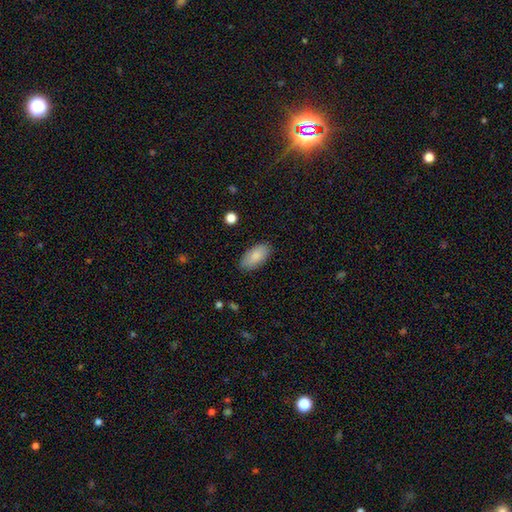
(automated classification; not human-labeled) Smooth or featured?
  - smooth: 86% *
  - featured or disk: 8%
  - star or artifact: 6%
How rounded?
  - in between: 94% *
  - cigar-shaped: 4%
  - round: 2%
Merging?
  - none: 86% *
  - minor disturbance: 10%
  - major disturbance: 2%
  - merger: 1%